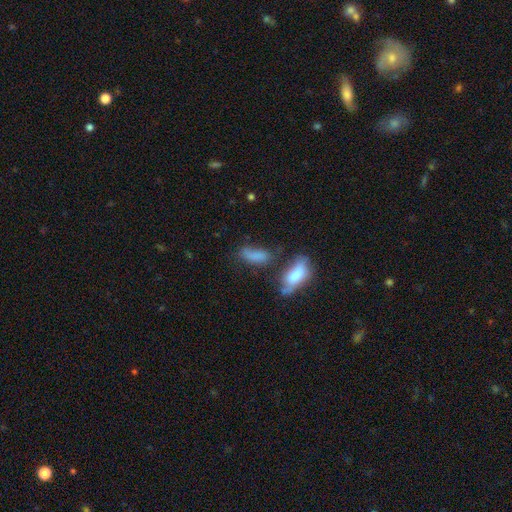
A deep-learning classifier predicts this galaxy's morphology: type=smooth (75%); roundness=in between (73%); merging=none (37%).